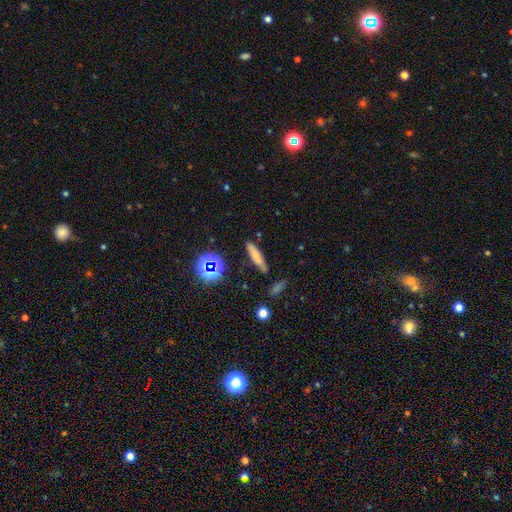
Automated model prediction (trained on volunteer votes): A smooth galaxy with no disk features (71%) that is cigar-shaped (81%).

Vote fractions:
- Smooth or featured? smooth: 71% / featured or disk: 15% / star or artifact: 14%
- How rounded? cigar-shaped: 81% / in between: 15% / round: 4%
- Merging? none: 81% / minor disturbance: 13% / merger: 3% / major disturbance: 3%